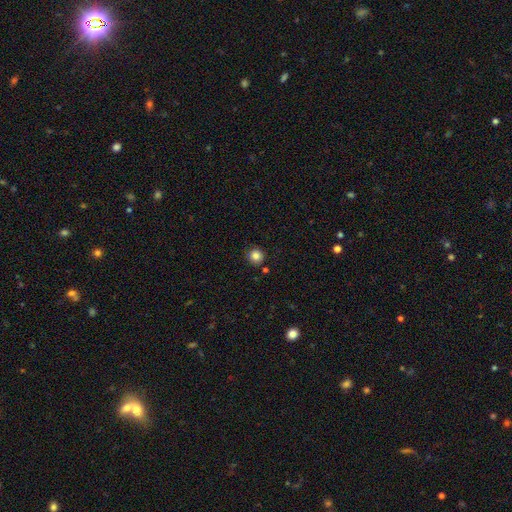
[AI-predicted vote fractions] Morphology: type=smooth (84%); roundness=round (93%); merging=none (88%).